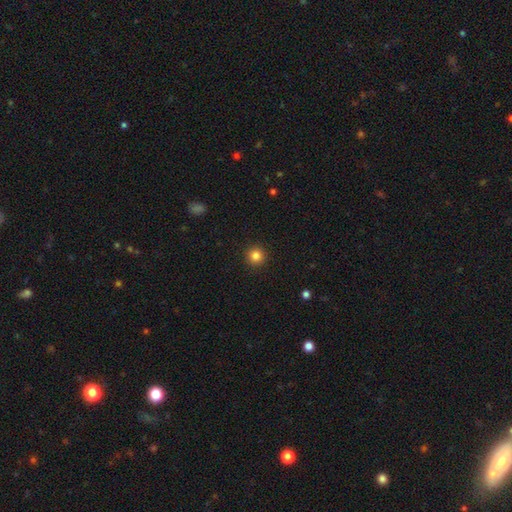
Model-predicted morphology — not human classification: Smooth or featured: smooth — 83% (star or artifact — 12%)
How rounded: round — 96% (in between — 4%)
Merging: none — 93% (minor disturbance — 5%)